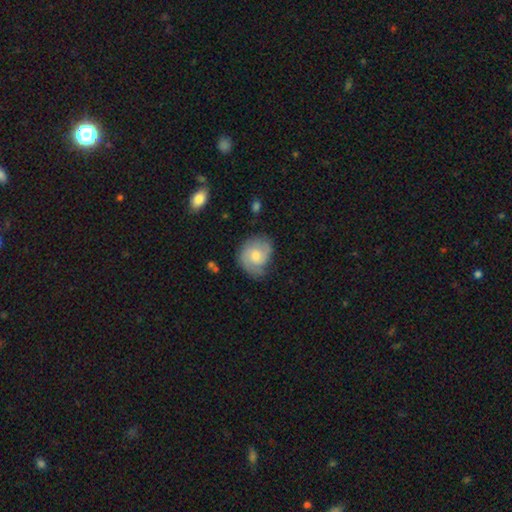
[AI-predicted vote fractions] The model was most divided on "smooth or featured": featured or disk: 51%, smooth: 42%, star or artifact: 7%. More confident: edge-on disk — no (97%); merging — none (62%).